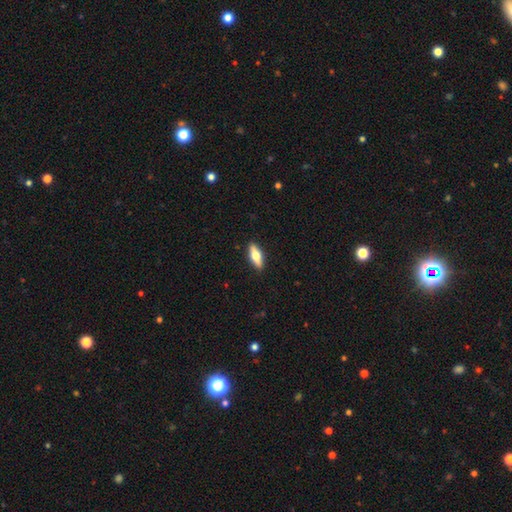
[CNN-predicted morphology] This appears to be a smooth galaxy with no disk features (55%) that is in between round and cigar-shaped (60%). Merging: none (90%).